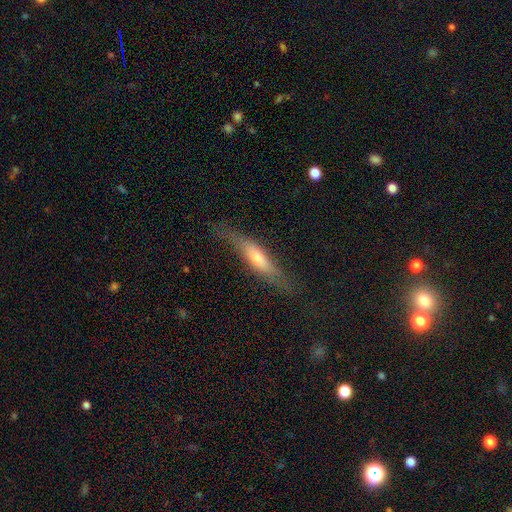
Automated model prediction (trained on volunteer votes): smooth-or-featured: featured or disk: 49% | smooth: 44% | star or artifact: 8%
  merging: none: 69% | minor disturbance: 21% | major disturbance: 9% | merger: 2%